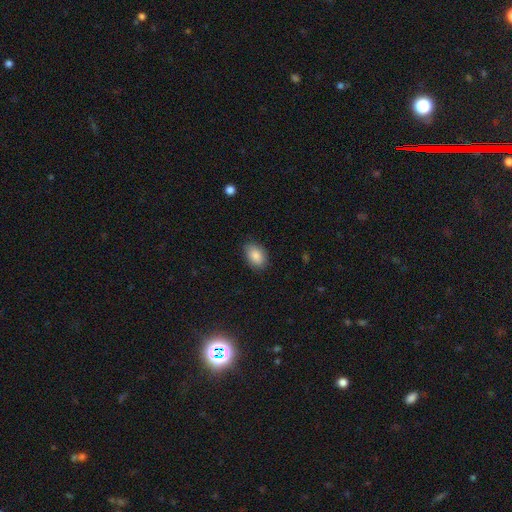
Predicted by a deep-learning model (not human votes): Smooth or featured: smooth — 87% (star or artifact — 7%)
How rounded: in between — 87% (round — 12%)
Merging: none — 83% (minor disturbance — 13%)